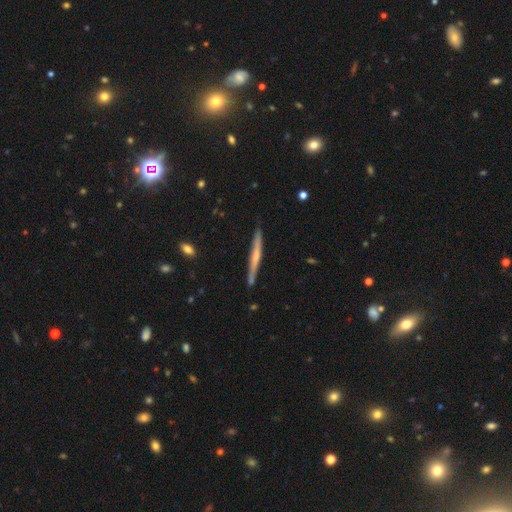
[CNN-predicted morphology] featured or disk 53%, smooth 42%, star or artifact 5%. Down the decision tree: edge-on disk — yes (97%); edge-on bulge — none (60%); merging — none (87%).